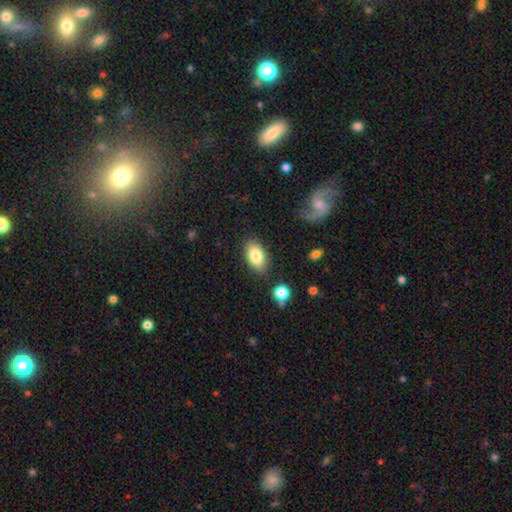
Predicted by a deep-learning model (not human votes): smooth_or_featured: smooth (p=0.82) [alt: featured or disk p=0.11]
how_rounded: in between (p=0.92) [alt: round p=0.06]
merging: none (p=0.83) [alt: minor disturbance p=0.11]